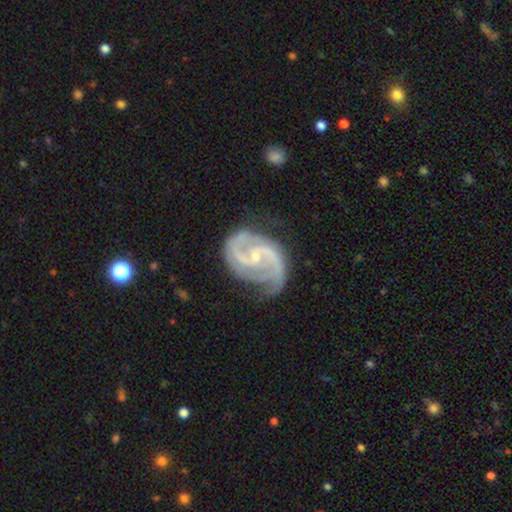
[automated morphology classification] The model was most divided on "bar": weak: 45%, no: 38%, strong: 17%. More confident: spiral arms — yes (98%); edge-on disk — no (98%); smooth or featured — featured or disk (92%); spiral arm count — 2 (86%); bulge size — small (72%); merging — none (63%); spiral winding — medium (59%).